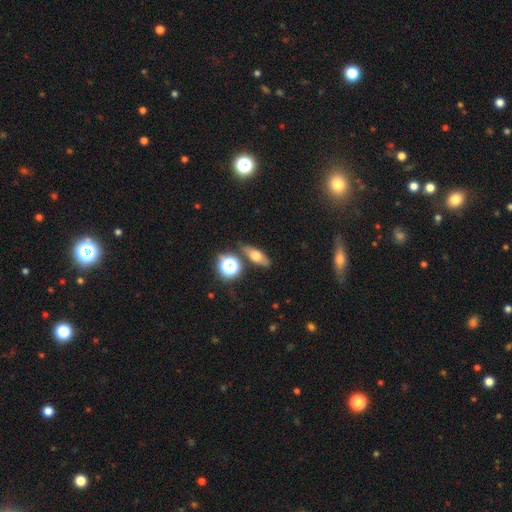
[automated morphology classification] The model was most divided on "smooth or featured": smooth: 54%, featured or disk: 31%, star or artifact: 14%. More confident: merging — none (81%); how rounded — in between (53%).